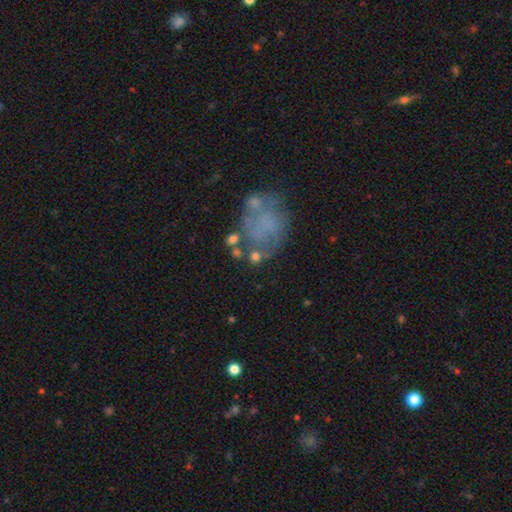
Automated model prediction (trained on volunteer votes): Smooth or featured? featured or disk (50%)
Merging? none (45%)